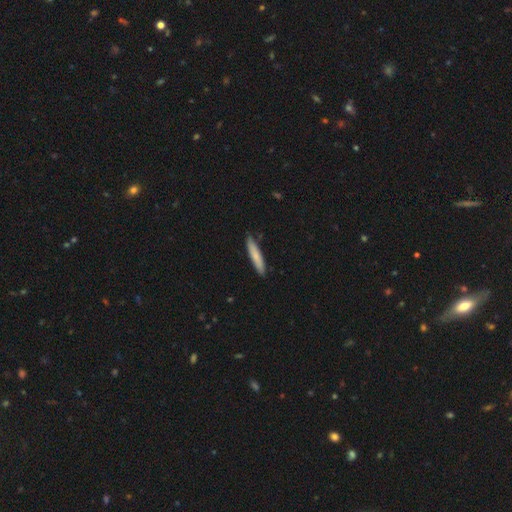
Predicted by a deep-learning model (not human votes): Smooth or featured? Predicted: smooth (p=0.75). How rounded? Predicted: cigar-shaped (p=0.91). Merging? Predicted: none (p=0.86).